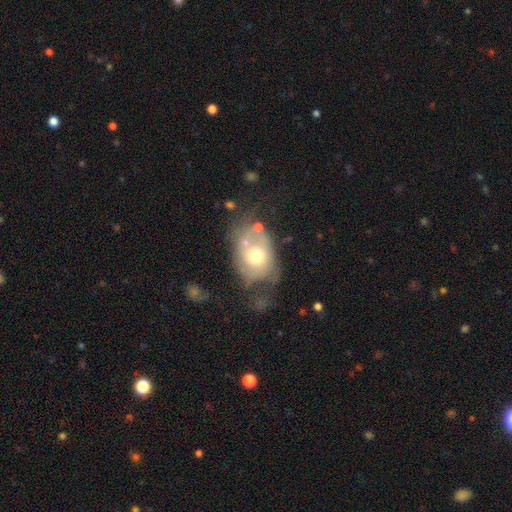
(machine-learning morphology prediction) A smooth galaxy with no disk features (47%). Merging: none (31%).